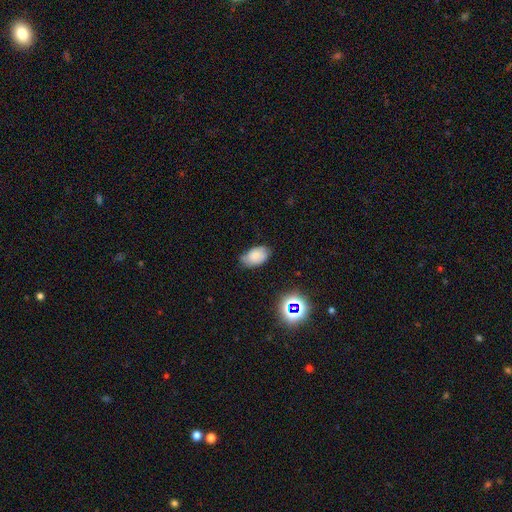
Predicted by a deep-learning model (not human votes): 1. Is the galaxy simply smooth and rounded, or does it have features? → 75% smooth, 14% featured or disk, 11% star or artifact.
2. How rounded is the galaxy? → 92% in between, 7% round, 1% cigar-shaped.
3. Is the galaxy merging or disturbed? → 66% none, 27% minor disturbance, 5% major disturbance, 2% merger.